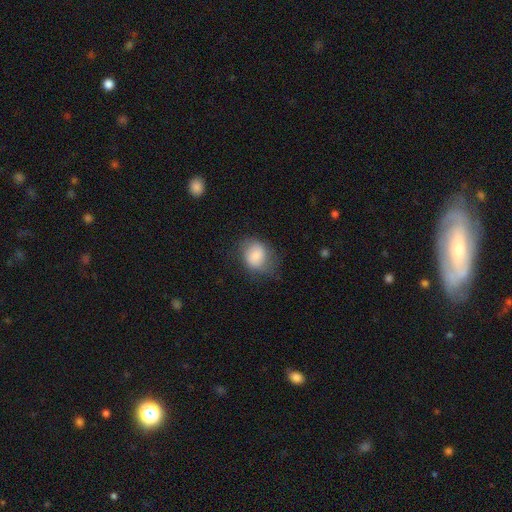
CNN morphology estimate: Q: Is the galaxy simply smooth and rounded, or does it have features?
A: smooth — 76%.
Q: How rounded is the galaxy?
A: round — 56%.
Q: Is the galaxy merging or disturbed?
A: none — 61%.